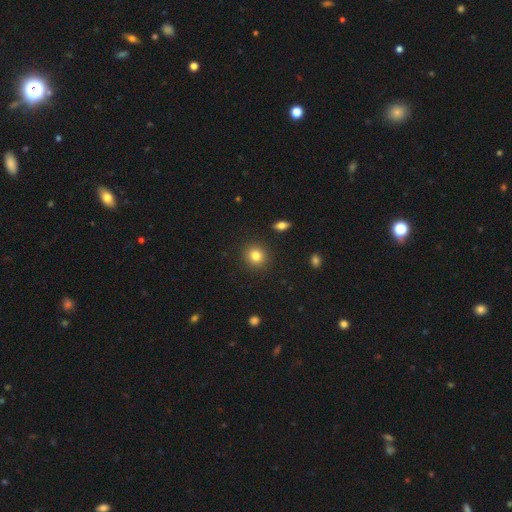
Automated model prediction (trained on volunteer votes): Overall: smooth (82%). How rounded: round (87%). Merging: none (91%).